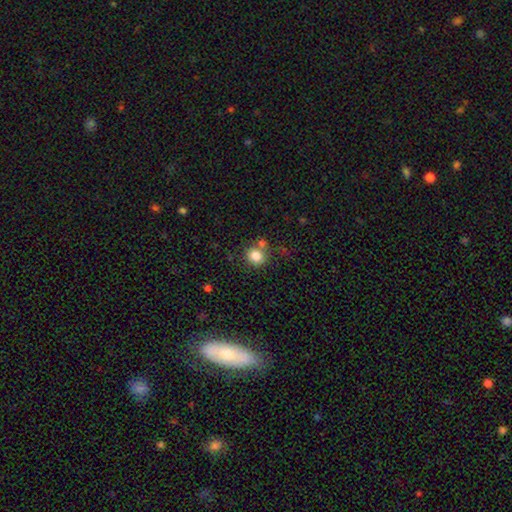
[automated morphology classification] Smooth or featured? Predicted: smooth (p=0.83). How rounded? Predicted: round (p=0.81). Merging? Predicted: none (p=0.65).